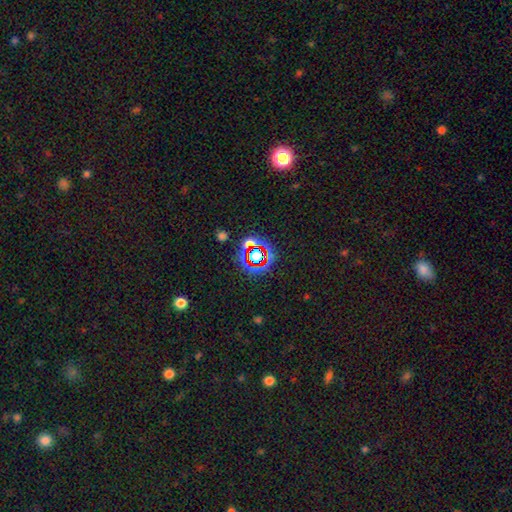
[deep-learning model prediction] Smooth or featured: star or artifact — 69% (smooth — 20%)